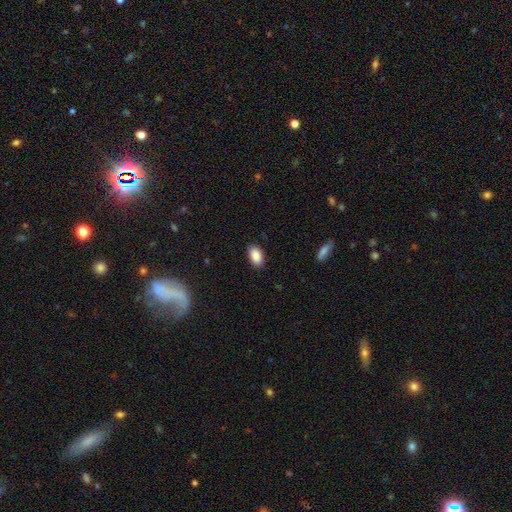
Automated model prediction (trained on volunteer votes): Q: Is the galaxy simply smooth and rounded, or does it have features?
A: smooth — 89%.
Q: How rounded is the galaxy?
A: in between — 92%.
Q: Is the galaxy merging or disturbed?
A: none — 88%.